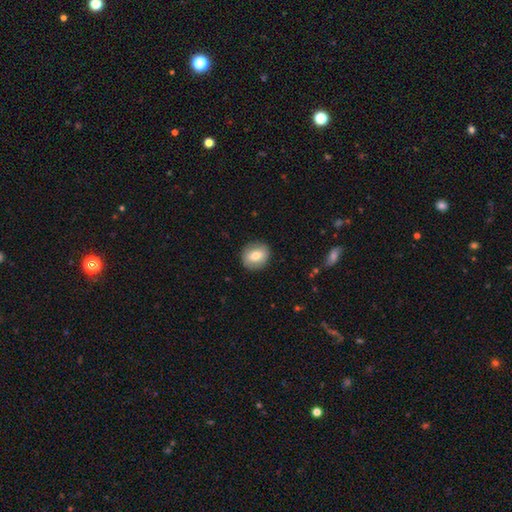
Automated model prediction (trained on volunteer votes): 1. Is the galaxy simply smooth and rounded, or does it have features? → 72% smooth, 20% featured or disk, 8% star or artifact.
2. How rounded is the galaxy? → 79% round, 20% in between, 1% cigar-shaped.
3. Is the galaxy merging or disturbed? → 89% none, 8% minor disturbance, 2% major disturbance, 1% merger.